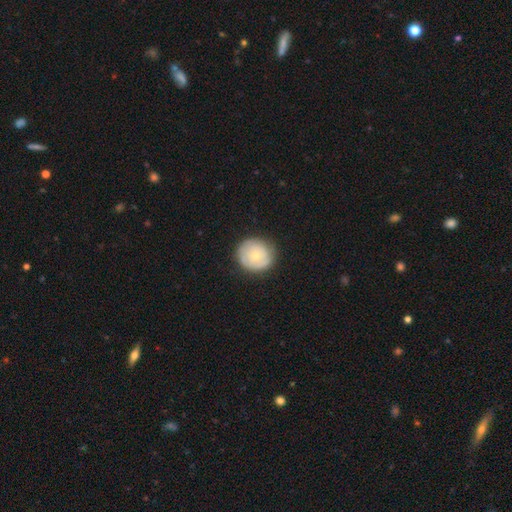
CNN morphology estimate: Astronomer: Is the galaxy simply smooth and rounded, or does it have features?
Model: smooth — 50% (runner-up: featured or disk, 44%).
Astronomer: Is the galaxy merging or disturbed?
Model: none — 79%.